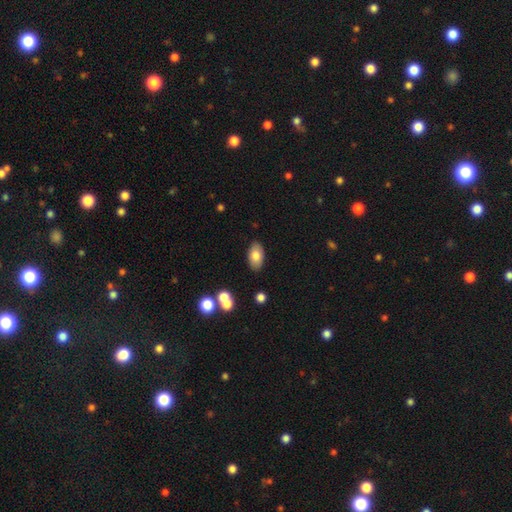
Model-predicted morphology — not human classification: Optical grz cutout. It shows a smooth galaxy with no disk features (77%) that is in between round and cigar-shaped (93%). Merging: none (86%).